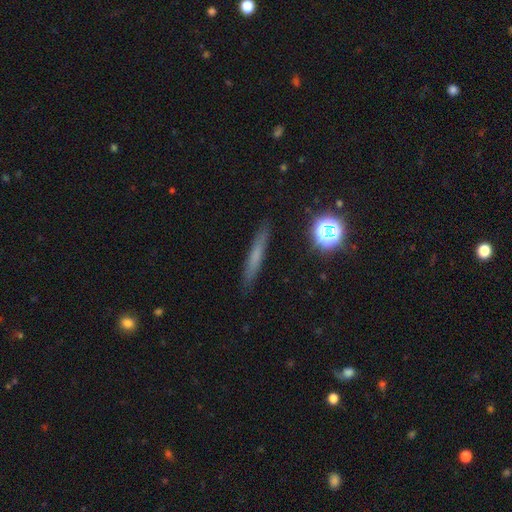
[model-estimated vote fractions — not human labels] Smooth or featured? Predicted: smooth (p=0.58). How rounded? Predicted: cigar-shaped (p=0.92). Merging? Predicted: none (p=0.89).